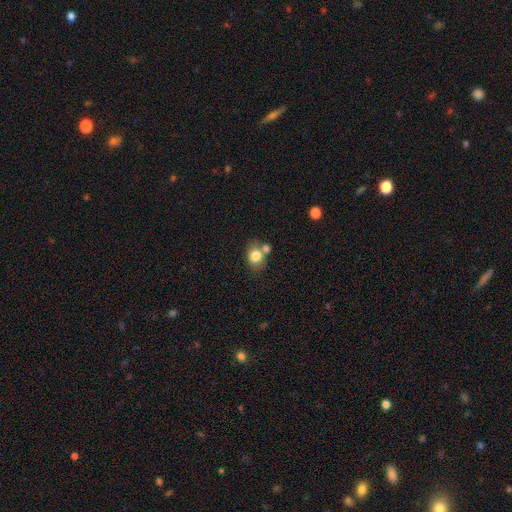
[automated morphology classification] Overall: smooth (80%). How rounded: round (59%; in between 40%). Merging: none (54%; merger 29%).